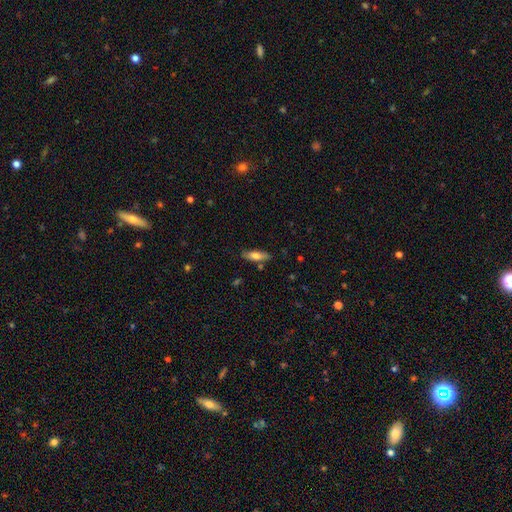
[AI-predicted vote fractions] smooth-or-featured: smooth: 70% | featured or disk: 23% | star or artifact: 6%
  how-rounded: in between: 54% | cigar-shaped: 44% | round: 2%
  merging: none: 82% | minor disturbance: 12% | merger: 4% | major disturbance: 2%